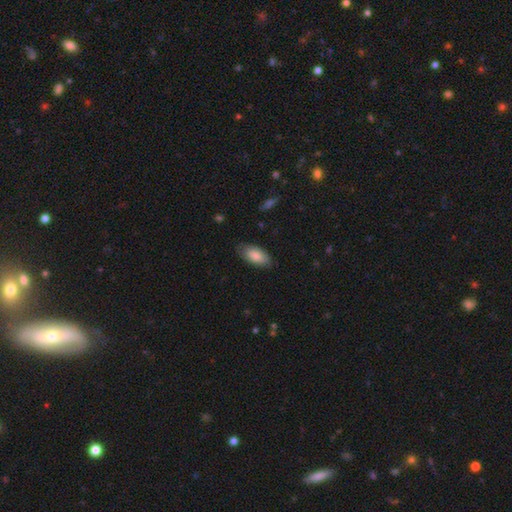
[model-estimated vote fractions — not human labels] Morphology: type=smooth (84%); roundness=in between (92%); merging=none (78%).